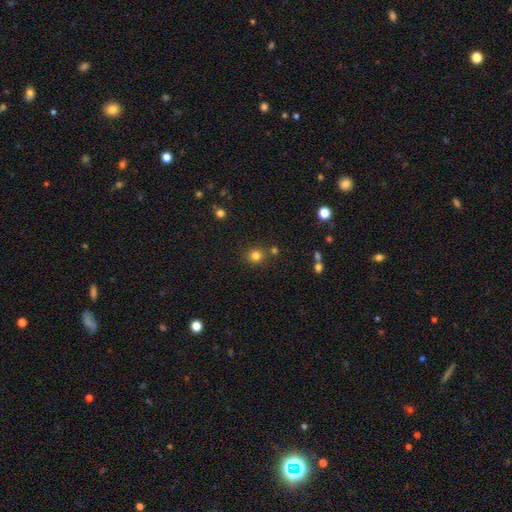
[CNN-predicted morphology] This appears to be a smooth galaxy with no disk features (80%) that is round (85%). Merging: none (78%).